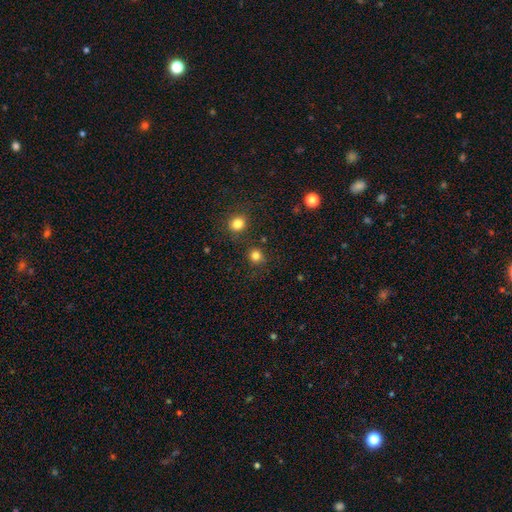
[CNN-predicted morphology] type=smooth (81%); roundness=round (89%); merging=none (83%).